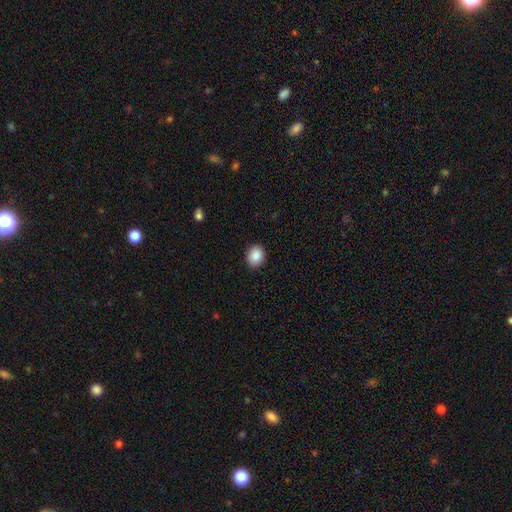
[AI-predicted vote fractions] smooth_or_featured: smooth (p=0.88) [alt: star or artifact p=0.08]
how_rounded: round (p=0.52) [alt: in between p=0.47]
merging: none (p=0.90) [alt: minor disturbance p=0.07]